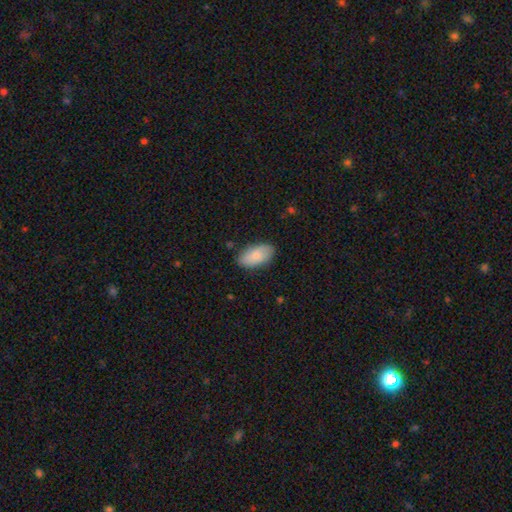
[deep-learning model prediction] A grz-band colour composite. It shows a smooth galaxy with no disk features (82%) that is in between round and cigar-shaped (94%). Merging: none (83%).